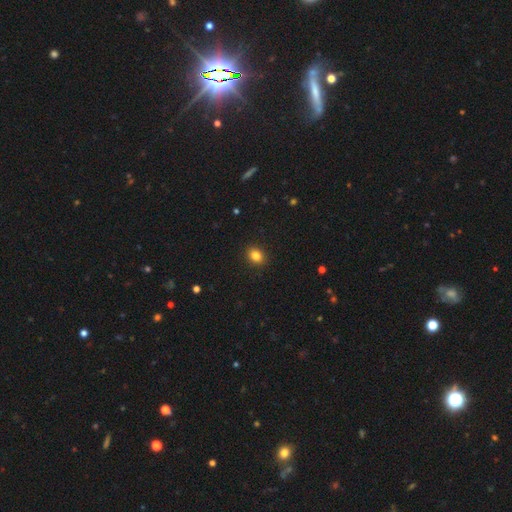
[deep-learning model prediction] The model was most divided on "how rounded": round: 59%, in between: 40%, cigar-shaped: 1%. More confident: merging — none (91%); smooth or featured — smooth (84%).